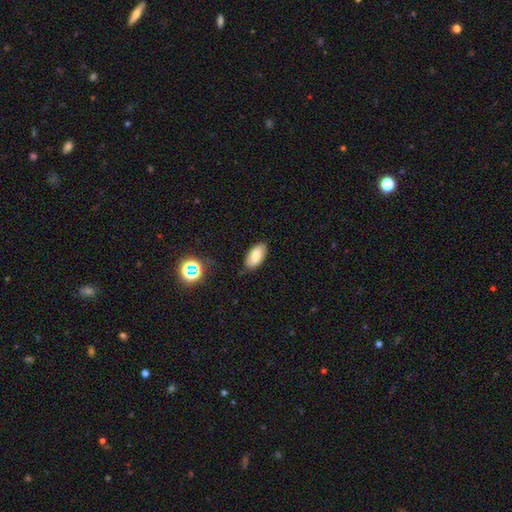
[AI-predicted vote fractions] Q: Smooth or featured?
A: smooth (79%); runner-up: featured or disk (12%)
Q: How rounded?
A: in between (93%); runner-up: cigar-shaped (5%)
Q: Merging?
A: none (82%); runner-up: minor disturbance (14%)